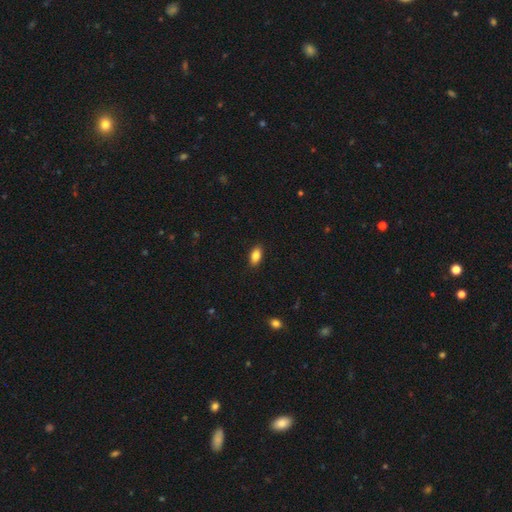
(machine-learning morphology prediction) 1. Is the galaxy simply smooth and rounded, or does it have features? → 86% smooth, 8% star or artifact, 6% featured or disk.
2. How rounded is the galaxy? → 90% in between, 5% cigar-shaped, 5% round.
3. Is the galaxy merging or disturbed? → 88% none, 9% minor disturbance, 2% major disturbance, 1% merger.